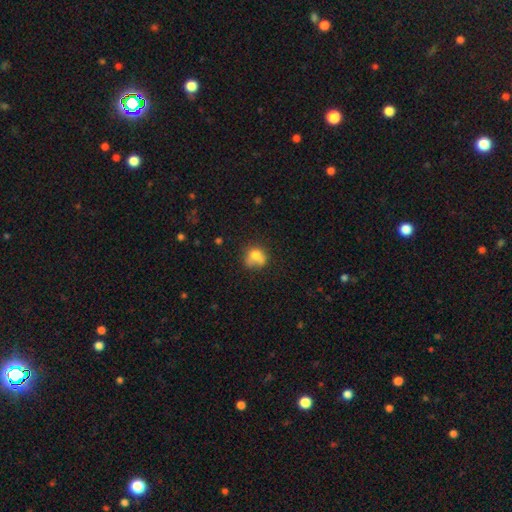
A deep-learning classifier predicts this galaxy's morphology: This appears to be a smooth galaxy with no disk features (72%) that is round (73%). Merging: none (39%).